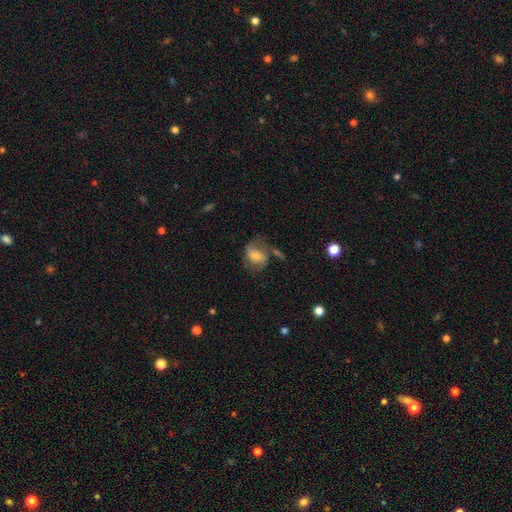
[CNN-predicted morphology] Smooth or featured?
  - featured or disk: 48% *
  - smooth: 43%
  - star or artifact: 9%
Merging?
  - none: 46% *
  - minor disturbance: 22%
  - major disturbance: 19%
  - merger: 13%